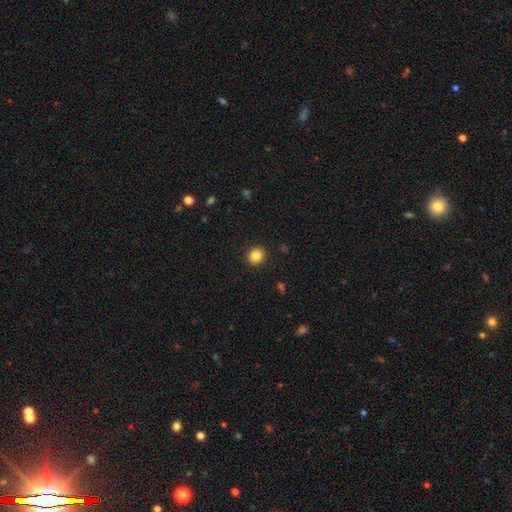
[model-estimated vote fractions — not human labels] Smooth or featured?
  - smooth: 85% *
  - star or artifact: 11%
  - featured or disk: 5%
How rounded?
  - round: 89% *
  - in between: 10%
  - cigar-shaped: 1%
Merging?
  - none: 92% *
  - minor disturbance: 5%
  - major disturbance: 2%
  - merger: 1%